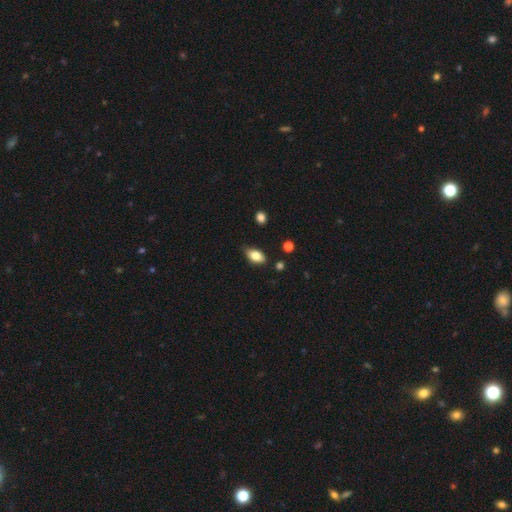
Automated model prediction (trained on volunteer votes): This is likely a smooth galaxy (79%). How rounded: clearly in between (89%). Merging: likely none (74%).